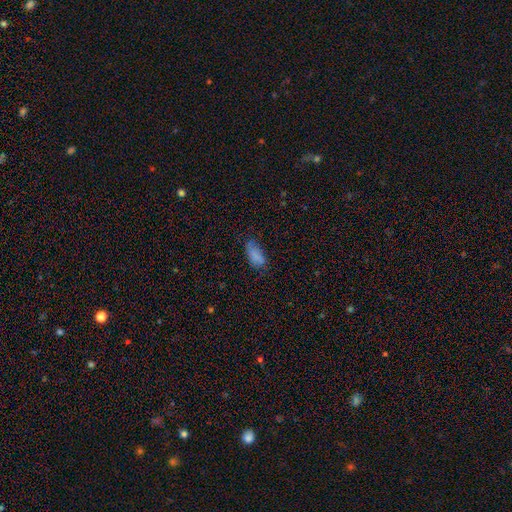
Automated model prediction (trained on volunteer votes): Overall: smooth (79%). How rounded: in between (87%). Merging: none (54%; minor disturbance 31%).